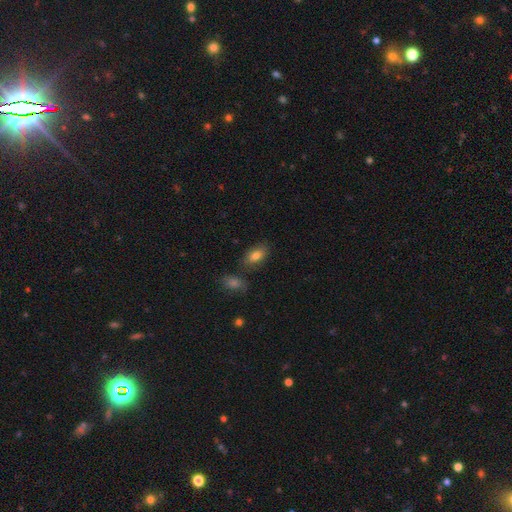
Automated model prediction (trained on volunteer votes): A smooth galaxy with no disk features (80%) that is in between round and cigar-shaped (89%).

Vote fractions:
- Smooth or featured? smooth: 80% / featured or disk: 12% / star or artifact: 8%
- How rounded? in between: 89% / round: 6% / cigar-shaped: 4%
- Merging? none: 76% / minor disturbance: 13% / merger: 7% / major disturbance: 3%